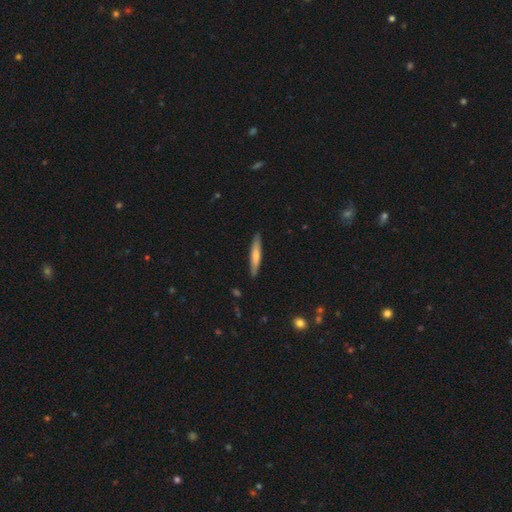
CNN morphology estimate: Smooth or featured: smooth — 62% (featured or disk — 33%)
How rounded: cigar-shaped — 90% (in between — 8%)
Merging: none — 88% (minor disturbance — 9%)